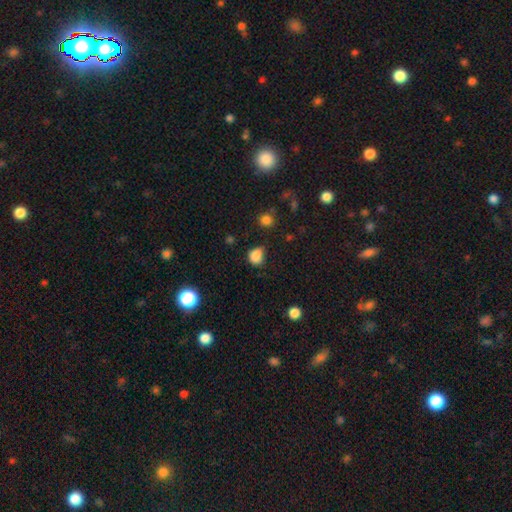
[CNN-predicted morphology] Q: Smooth or featured?
A: smooth (84%); runner-up: star or artifact (12%)
Q: How rounded?
A: round (59%); runner-up: in between (40%)
Q: Merging?
A: none (57%); runner-up: minor disturbance (31%)